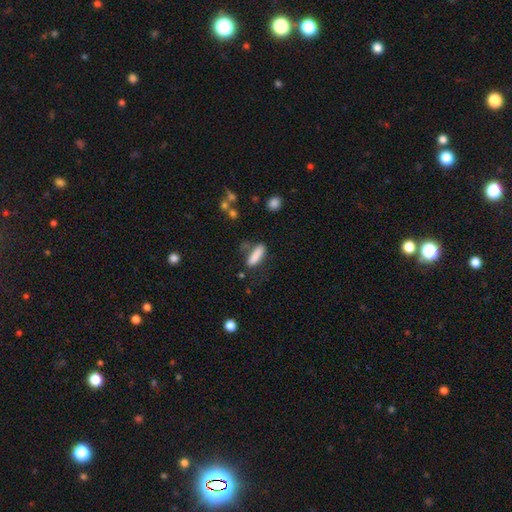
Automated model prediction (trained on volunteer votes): The model was most divided on "how rounded": cigar-shaped: 58%, in between: 40%, round: 2%. More confident: smooth or featured — smooth (83%); merging — none (64%).